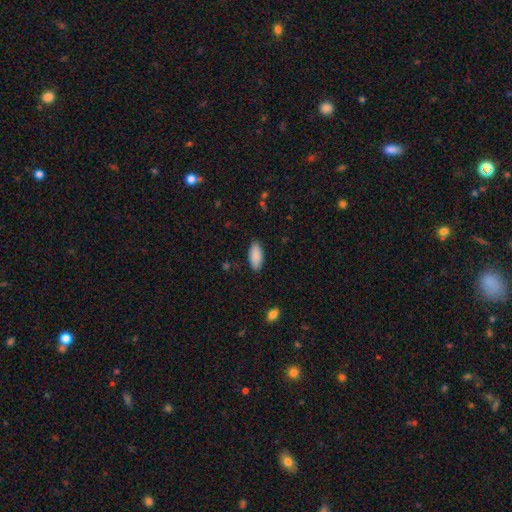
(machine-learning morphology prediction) smooth-or-featured: smooth: 90% | star or artifact: 6% | featured or disk: 4%
  how-rounded: in between: 89% | cigar-shaped: 9% | round: 2%
  merging: none: 86% | minor disturbance: 10% | major disturbance: 2% | merger: 1%